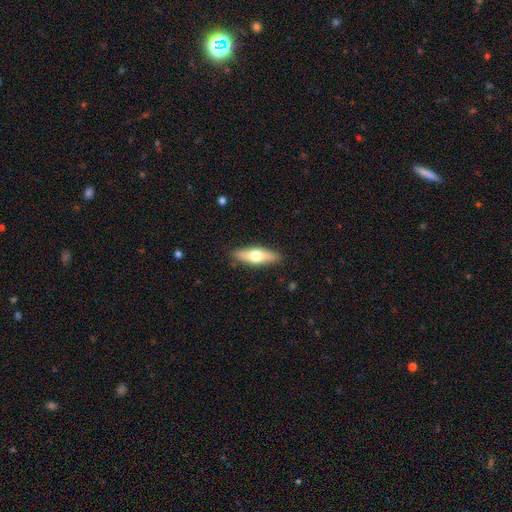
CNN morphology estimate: A smooth galaxy with no disk features (54%) that is cigar-shaped (50%). Merging: none (88%).